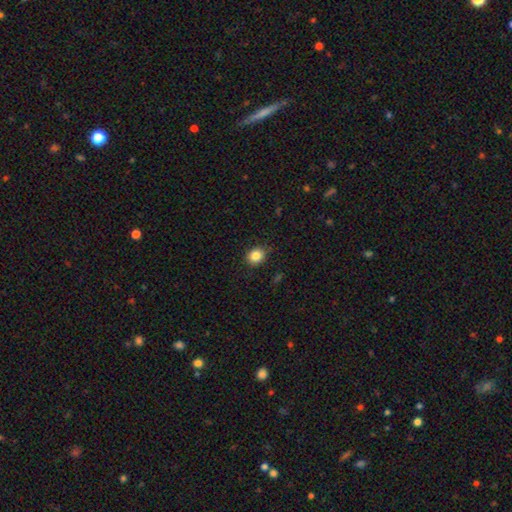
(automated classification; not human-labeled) Smooth or featured: smooth — 85% (star or artifact — 10%)
How rounded: round — 67% (in between — 33%)
Merging: none — 85% (minor disturbance — 12%)